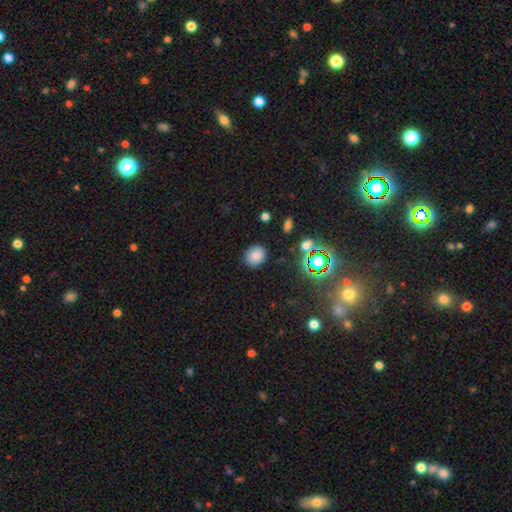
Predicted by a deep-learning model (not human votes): smooth_or_featured: smooth (p=0.80) [alt: star or artifact p=0.14]
how_rounded: round (p=0.64) [alt: in between p=0.35]
merging: none (p=0.85) [alt: minor disturbance p=0.10]